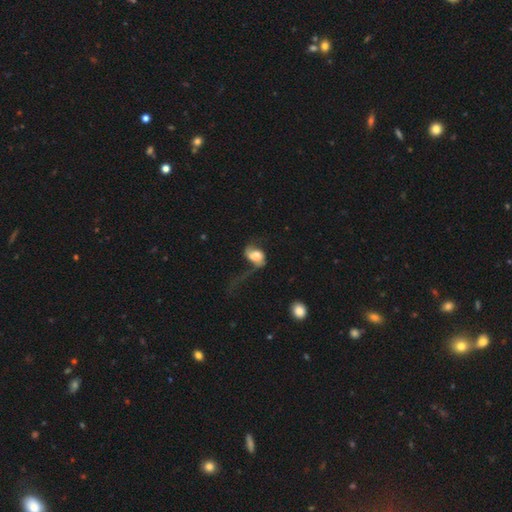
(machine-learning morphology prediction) Smooth or featured? featured or disk (60%)
Edge-on disk? no (96%)
Bar? no (57%)
Spiral arms? yes (82%)
Bulge size? moderate (36%)
Merging? major disturbance (47%)